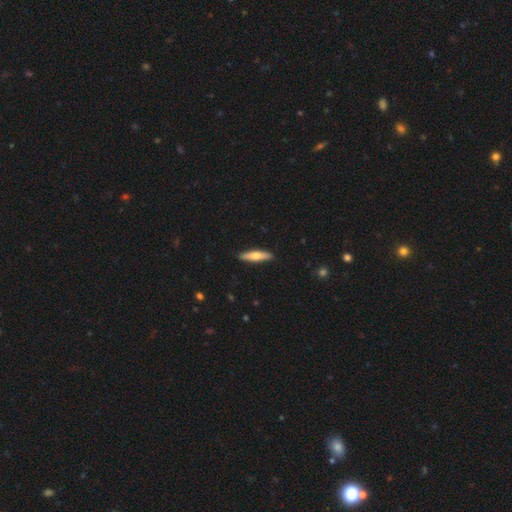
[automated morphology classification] Q: Smooth or featured?
A: smooth (58%); runner-up: featured or disk (37%)
Q: How rounded?
A: cigar-shaped (79%); runner-up: in between (19%)
Q: Merging?
A: none (90%); runner-up: minor disturbance (7%)